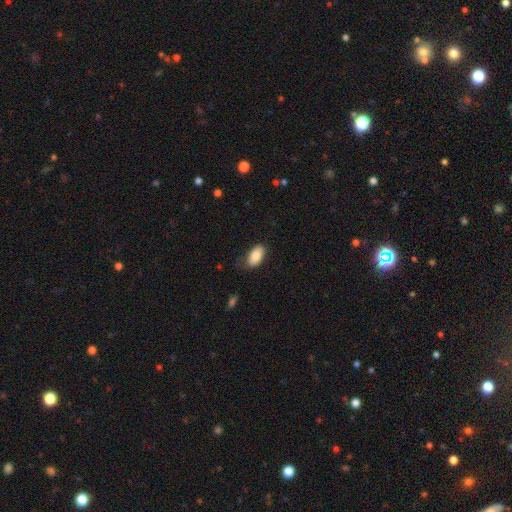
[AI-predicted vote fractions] smooth 84%, featured or disk 9%, star or artifact 7%. Down the decision tree: how rounded — in between (93%); merging — none (75%).